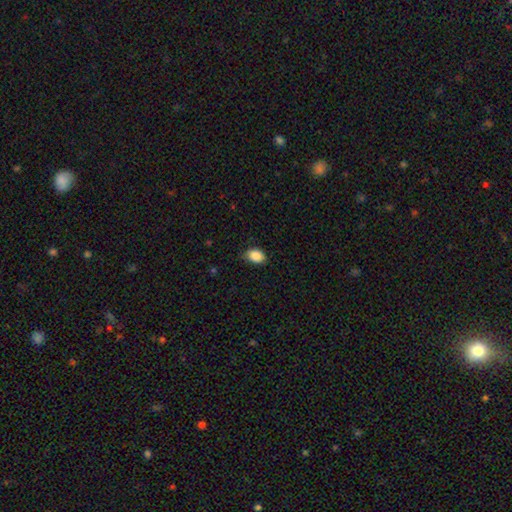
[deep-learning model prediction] Smooth or featured: smooth — 88% (star or artifact — 8%)
How rounded: in between — 78% (round — 21%)
Merging: none — 77% (minor disturbance — 19%)